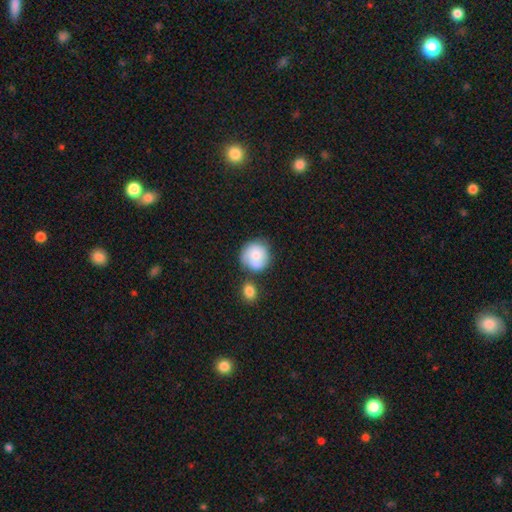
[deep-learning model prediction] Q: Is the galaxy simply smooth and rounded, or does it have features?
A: smooth — 76%.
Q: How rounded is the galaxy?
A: round — 89%.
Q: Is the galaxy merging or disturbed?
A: none — 55%.